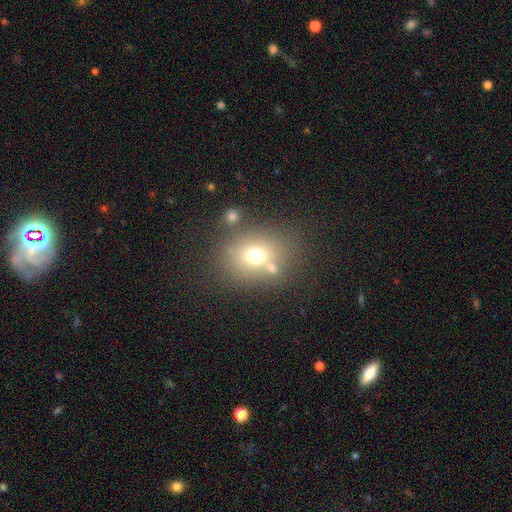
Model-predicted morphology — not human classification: Overall: smooth (66%). How rounded: round (56%; in between 43%). Merging: none (61%).